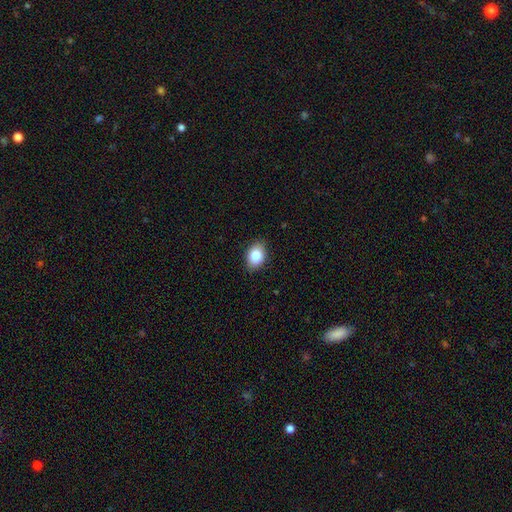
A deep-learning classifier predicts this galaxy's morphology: This appears to be a smooth galaxy with no disk features (85%) that is in between round and cigar-shaped (80%). Merging: none (85%).